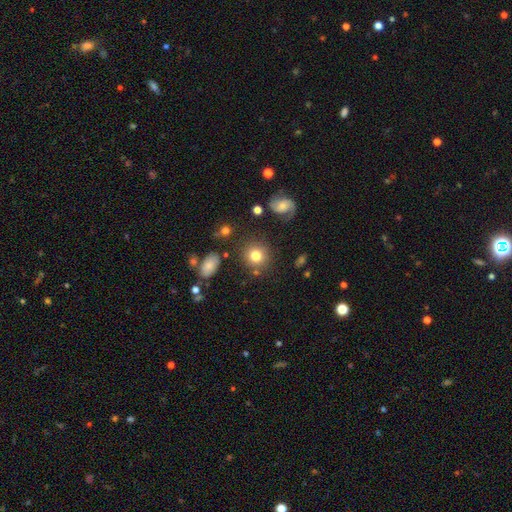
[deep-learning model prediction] Smooth or featured?
  - smooth: 76% *
  - featured or disk: 13%
  - star or artifact: 11%
How rounded?
  - round: 89% *
  - in between: 10%
  - cigar-shaped: 1%
Merging?
  - none: 82% *
  - minor disturbance: 10%
  - major disturbance: 5%
  - merger: 4%